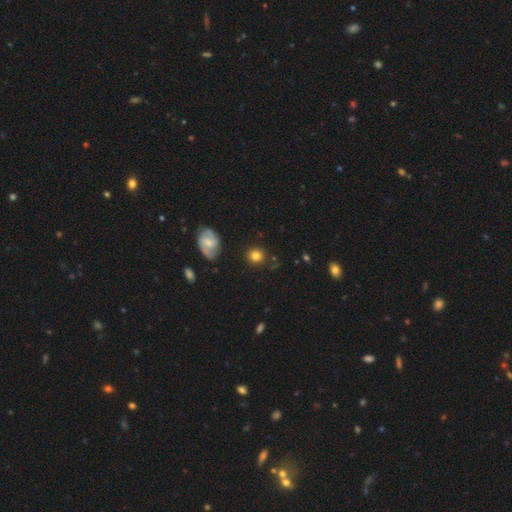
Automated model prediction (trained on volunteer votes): Morphology: type=smooth (78%); roundness=round (88%); merging=none (85%).